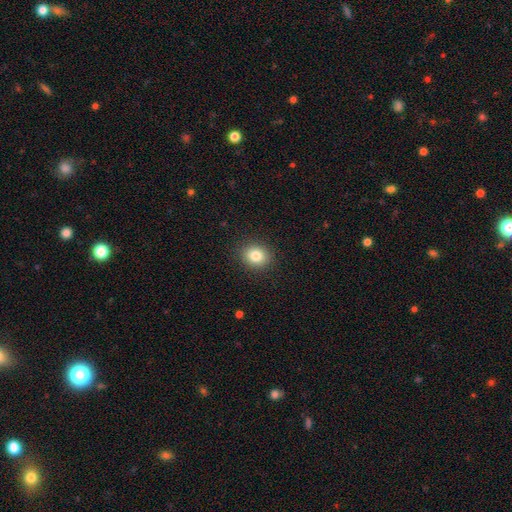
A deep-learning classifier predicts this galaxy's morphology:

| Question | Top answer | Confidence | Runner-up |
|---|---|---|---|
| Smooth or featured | smooth | 83% | star or artifact (10%) |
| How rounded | round | 67% | in between (32%) |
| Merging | none | 90% | minor disturbance (7%) |